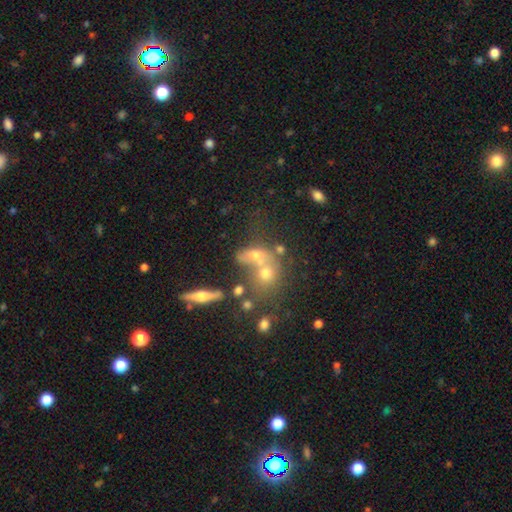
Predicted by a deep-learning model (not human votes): A smooth galaxy with no disk features (54%) that is in between round and cigar-shaped (56%).

Vote fractions:
- Smooth or featured? smooth: 54% / featured or disk: 27% / star or artifact: 18%
- How rounded? in between: 56% / round: 37% / cigar-shaped: 7%
- Merging? merger: 52% / none: 27% / major disturbance: 11% / minor disturbance: 10%